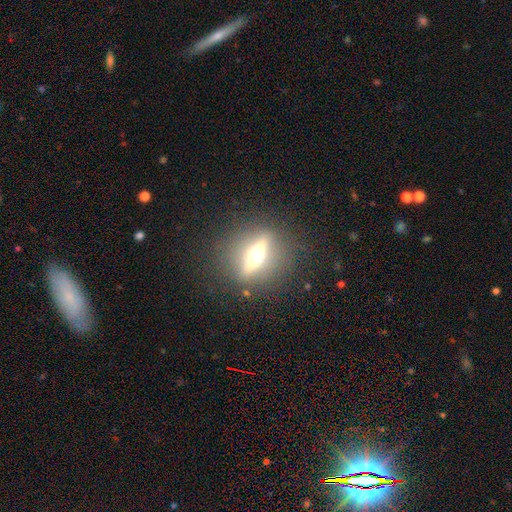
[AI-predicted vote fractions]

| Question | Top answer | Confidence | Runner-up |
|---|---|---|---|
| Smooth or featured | featured or disk | 59% | smooth (29%) |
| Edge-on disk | yes | 72% | no (28%) |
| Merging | none | 82% | minor disturbance (9%) |